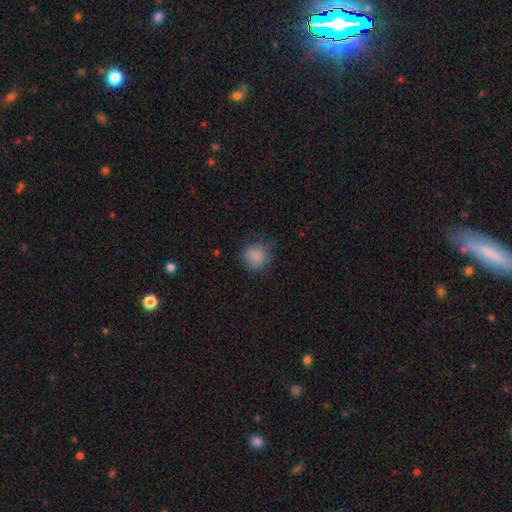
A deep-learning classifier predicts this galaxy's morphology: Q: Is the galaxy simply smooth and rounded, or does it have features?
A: smooth — 84%.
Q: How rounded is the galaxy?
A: round — 86%.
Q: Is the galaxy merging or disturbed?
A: none — 67%.